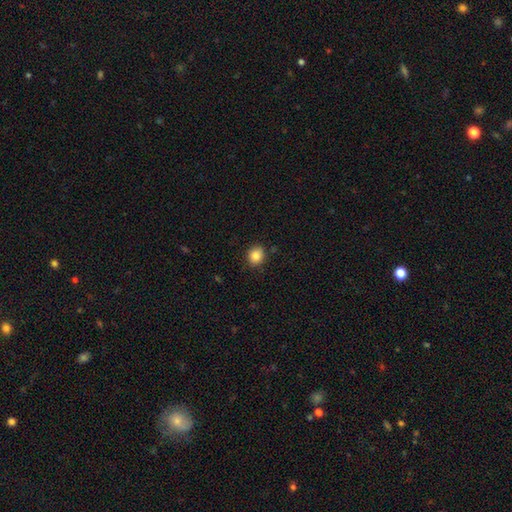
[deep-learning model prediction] smooth_or_featured: smooth (p=0.85) [alt: star or artifact p=0.10]
how_rounded: round (p=0.69) [alt: in between p=0.30]
merging: none (p=0.87) [alt: minor disturbance p=0.10]